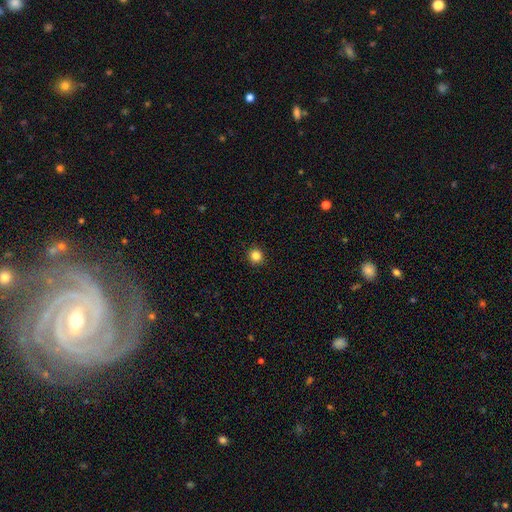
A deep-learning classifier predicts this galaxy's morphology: The model was most divided on "smooth or featured": smooth: 84%, star or artifact: 12%, featured or disk: 4%. More confident: how rounded — round (94%); merging — none (93%).